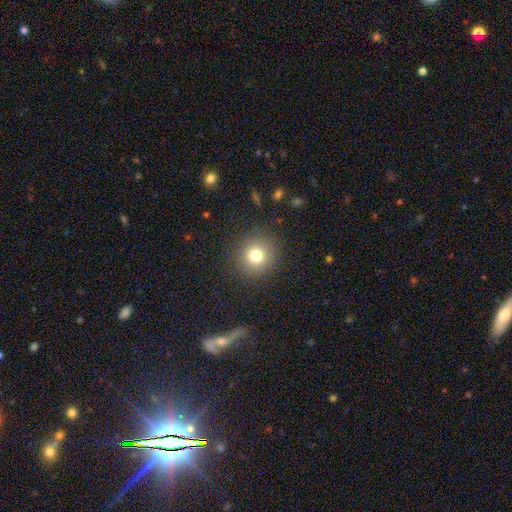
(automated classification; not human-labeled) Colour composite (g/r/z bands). It shows a smooth galaxy with no disk features (78%) that is round (93%). Merging: none (89%).